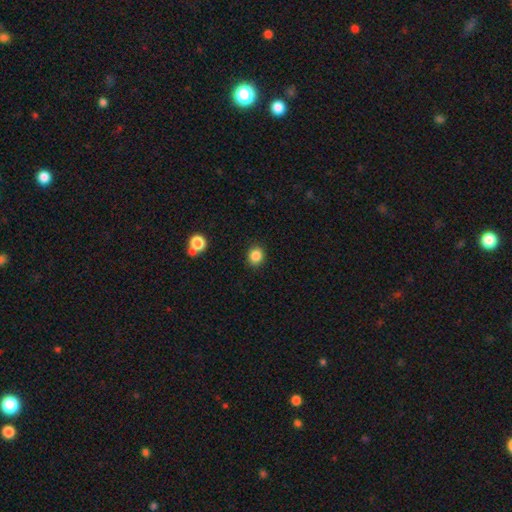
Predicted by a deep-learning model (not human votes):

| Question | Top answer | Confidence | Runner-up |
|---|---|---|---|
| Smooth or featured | smooth | 86% | star or artifact (10%) |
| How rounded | round | 70% | in between (29%) |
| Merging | none | 88% | minor disturbance (8%) |